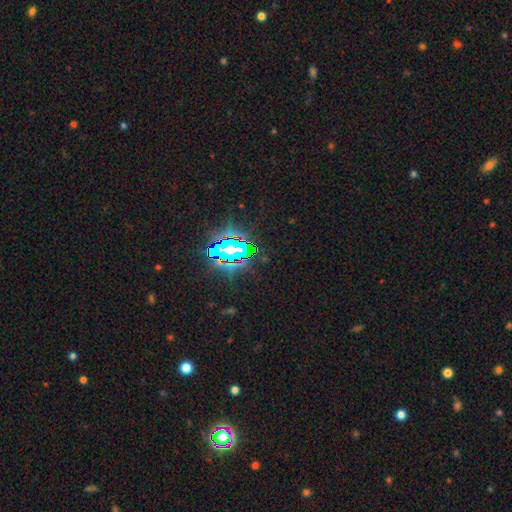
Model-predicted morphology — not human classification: This appears to be a star or artifact, not a galaxy (81%).